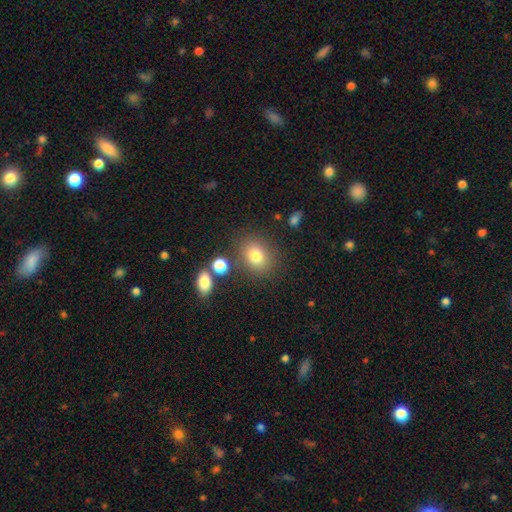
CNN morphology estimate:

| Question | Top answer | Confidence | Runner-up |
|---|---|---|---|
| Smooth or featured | smooth | 78% | star or artifact (12%) |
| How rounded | round | 58% | in between (41%) |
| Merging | none | 79% | minor disturbance (11%) |